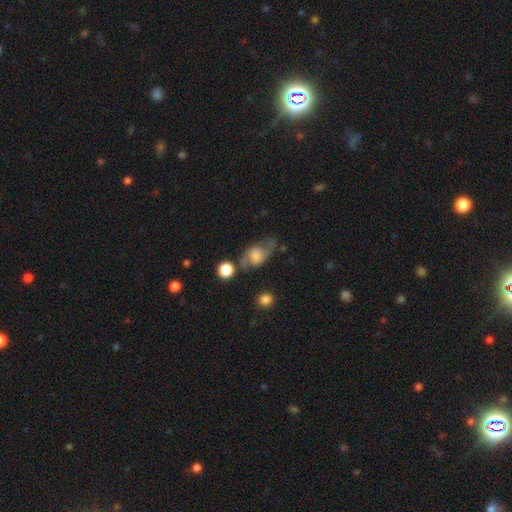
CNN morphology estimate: Smooth or featured: featured or disk — 52% (smooth — 39%)
Edge-on disk: no — 90% (yes — 10%)
Merging: none — 49% (minor disturbance — 26%)